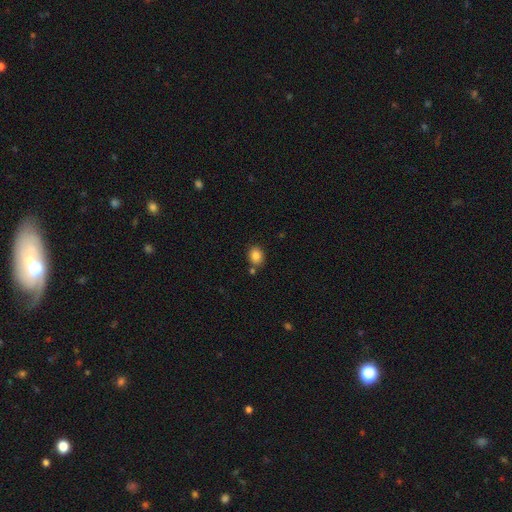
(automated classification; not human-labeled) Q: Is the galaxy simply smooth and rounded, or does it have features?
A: smooth — 85%.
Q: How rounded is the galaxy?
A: round — 55%.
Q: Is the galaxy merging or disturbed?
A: none — 77%.